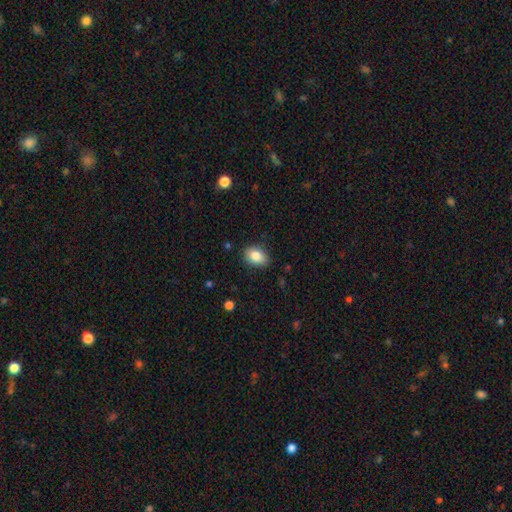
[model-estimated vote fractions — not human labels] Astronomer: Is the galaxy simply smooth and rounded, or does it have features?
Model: smooth — 84%.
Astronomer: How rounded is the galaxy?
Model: in between — 79%.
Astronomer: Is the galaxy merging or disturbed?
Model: none — 81%.